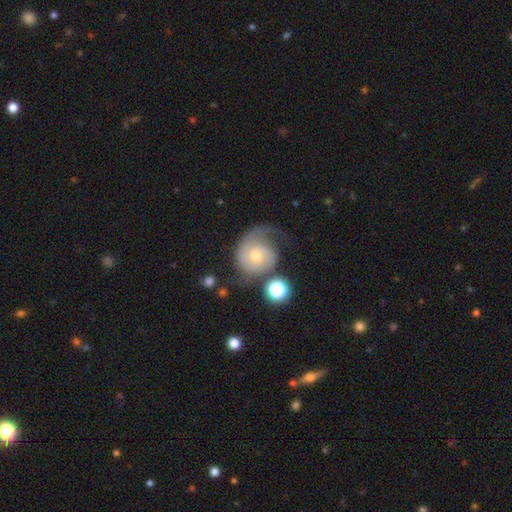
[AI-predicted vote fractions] Q: Smooth or featured?
A: featured or disk (65%); runner-up: smooth (26%)
Q: Edge-on disk?
A: no (97%); runner-up: yes (3%)
Q: Bar?
A: no (72%); runner-up: weak (24%)
Q: Spiral arms?
A: yes (89%); runner-up: no (11%)
Q: Spiral winding?
A: medium (38%); runner-up: loose (37%)
Q: Spiral arm count?
A: 2 (53%); runner-up: 1 (34%)
Q: Bulge size?
A: small (48%); runner-up: moderate (46%)
Q: Merging?
A: none (39%); runner-up: major disturbance (32%)